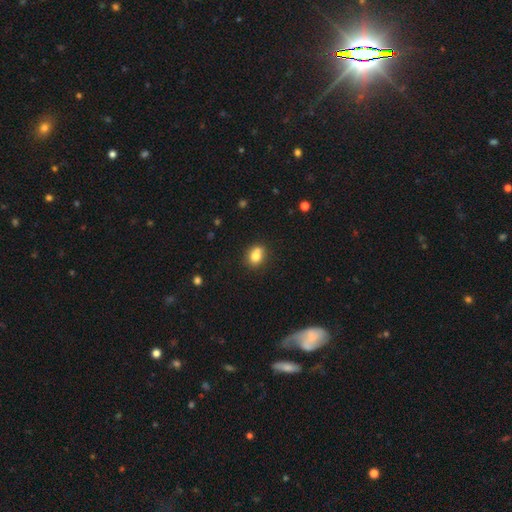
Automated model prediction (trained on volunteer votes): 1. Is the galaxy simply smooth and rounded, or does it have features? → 76% smooth, 13% featured or disk, 11% star or artifact.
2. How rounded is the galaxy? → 60% round, 38% in between, 1% cigar-shaped.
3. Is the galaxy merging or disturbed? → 58% none, 21% merger, 16% minor disturbance, 4% major disturbance.